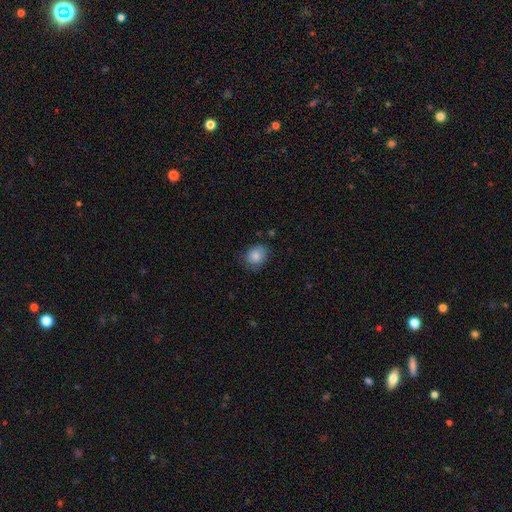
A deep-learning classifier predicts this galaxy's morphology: This is clearly a smooth galaxy (83%). How rounded: likely round (63%). Merging: likely none (70%).